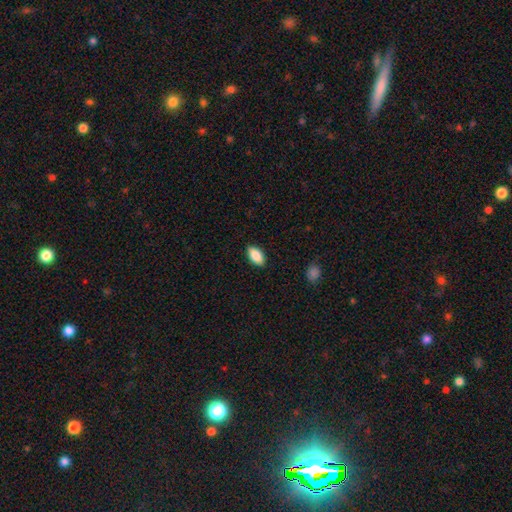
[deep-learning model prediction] Morphology: type=smooth (88%); roundness=in between (93%); merging=none (88%).